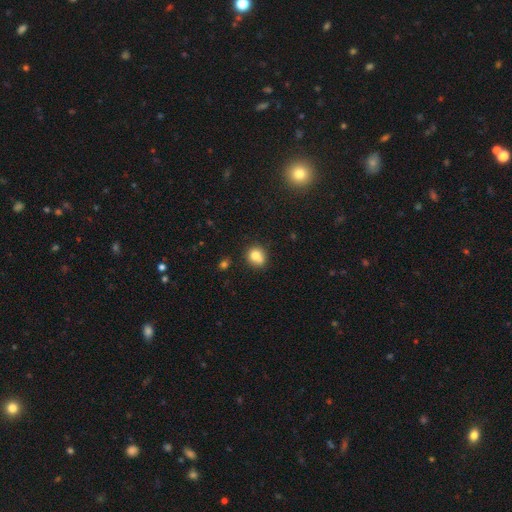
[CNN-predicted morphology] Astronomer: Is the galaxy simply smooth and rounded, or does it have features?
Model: smooth — 76%.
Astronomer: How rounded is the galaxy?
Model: round — 78%.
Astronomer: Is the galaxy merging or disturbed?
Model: none — 56%.